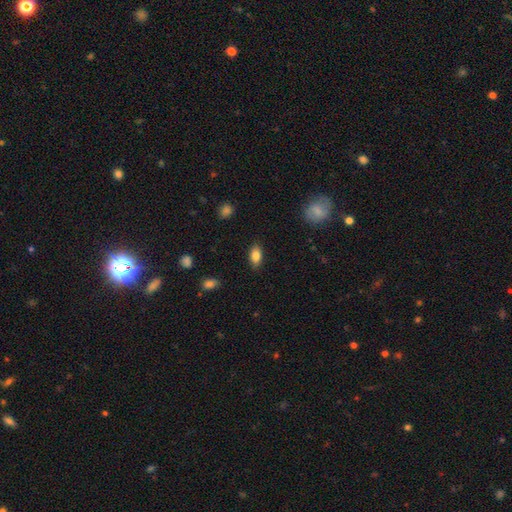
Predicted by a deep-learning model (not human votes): Smooth or featured: smooth — 83% (featured or disk — 9%)
How rounded: in between — 89% (round — 6%)
Merging: none — 86% (minor disturbance — 11%)